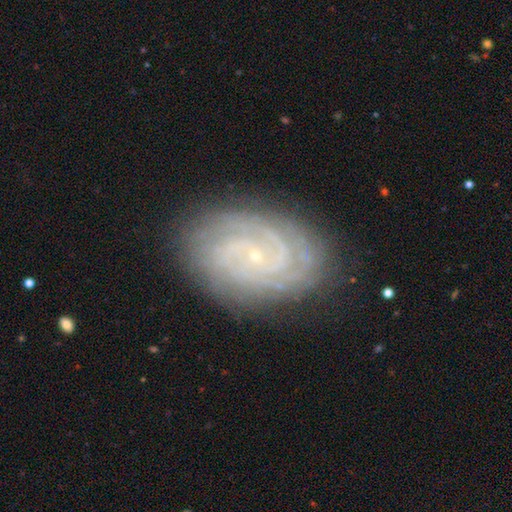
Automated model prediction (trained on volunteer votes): Smooth or featured?
  - featured or disk: 87% *
  - star or artifact: 6%
  - smooth: 6%
Edge-on disk?
  - no: 97% *
  - yes: 3%
Bar?
  - no: 69% *
  - weak: 24%
  - strong: 7%
Spiral arms?
  - yes: 98% *
  - no: 2%
Spiral winding?
  - tight: 78% *
  - medium: 19%
  - loose: 3%
Spiral arm count?
  - 2: 28% *
  - 3: 22%
  - can't tell: 19%
  - 4: 15%
  - more than 4: 8%
  - 1: 7%
Bulge size?
  - small: 87% *
  - moderate: 9%
  - none: 2%
  - large: 1%
  - dominant: 1%
Merging?
  - none: 83% *
  - minor disturbance: 12%
  - major disturbance: 3%
  - merger: 1%